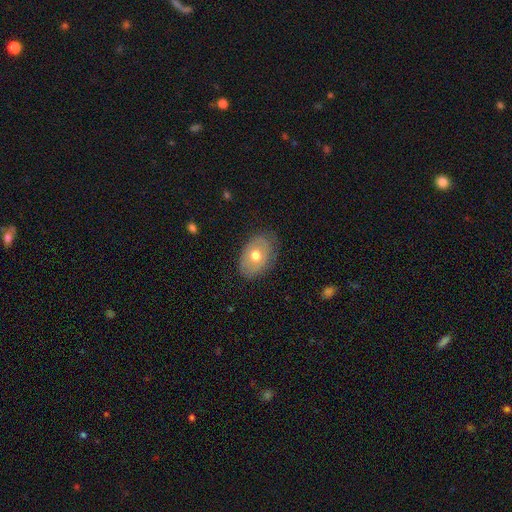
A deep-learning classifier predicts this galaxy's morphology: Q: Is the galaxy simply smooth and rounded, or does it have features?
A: smooth — 62%.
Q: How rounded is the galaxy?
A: in between — 82%.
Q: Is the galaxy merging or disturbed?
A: none — 76%.